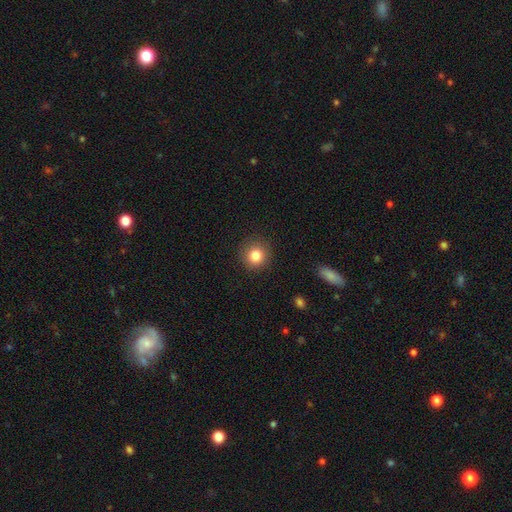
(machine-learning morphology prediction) type=smooth (83%); roundness=round (92%); merging=none (89%).